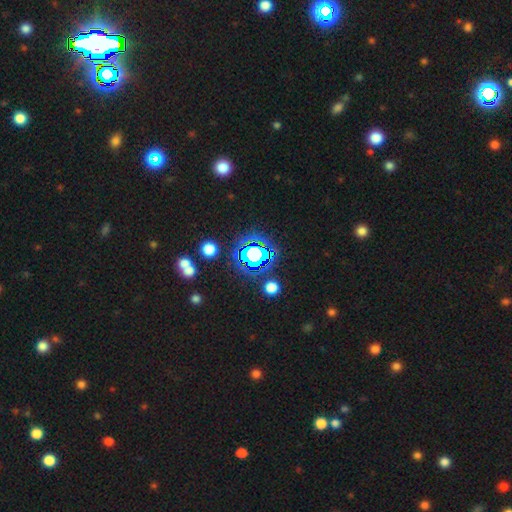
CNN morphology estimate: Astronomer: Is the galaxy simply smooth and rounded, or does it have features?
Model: star or artifact — 79%.